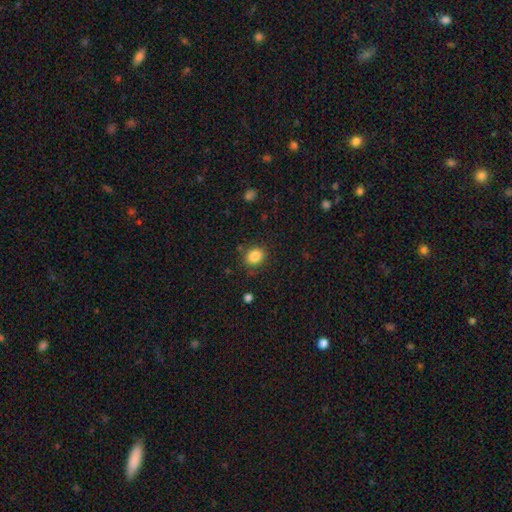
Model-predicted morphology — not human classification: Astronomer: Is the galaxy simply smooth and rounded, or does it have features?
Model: smooth — 85%.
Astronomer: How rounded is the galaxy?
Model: round — 54% (runner-up: in between, 45%).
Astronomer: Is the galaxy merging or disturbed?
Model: none — 83%.